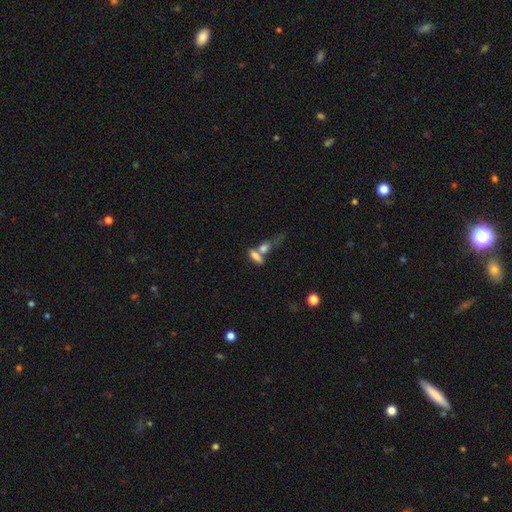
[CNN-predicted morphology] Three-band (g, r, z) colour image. It shows a smooth galaxy with no disk features (69%) that is in between round and cigar-shaped (62%). Merging: merger (51%).